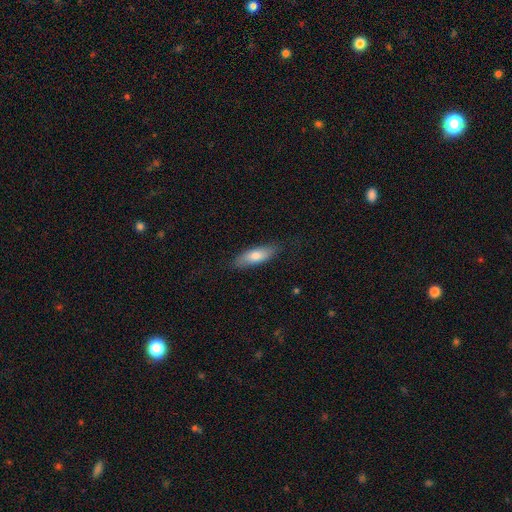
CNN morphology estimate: The model was most divided on "how rounded": in between: 59%, cigar-shaped: 39%, round: 2%. More confident: merging — none (80%); smooth or featured — smooth (73%).